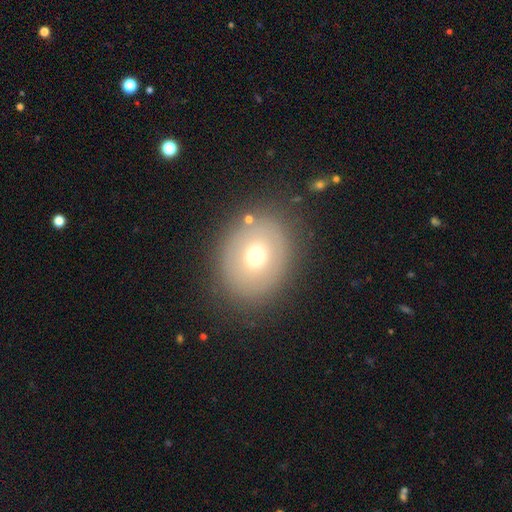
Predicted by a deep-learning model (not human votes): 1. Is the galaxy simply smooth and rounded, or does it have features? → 61% smooth, 27% featured or disk, 12% star or artifact.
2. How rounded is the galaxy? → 50% round, 49% in between, 1% cigar-shaped.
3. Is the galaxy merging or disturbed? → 83% none, 10% minor disturbance, 4% major disturbance, 2% merger.